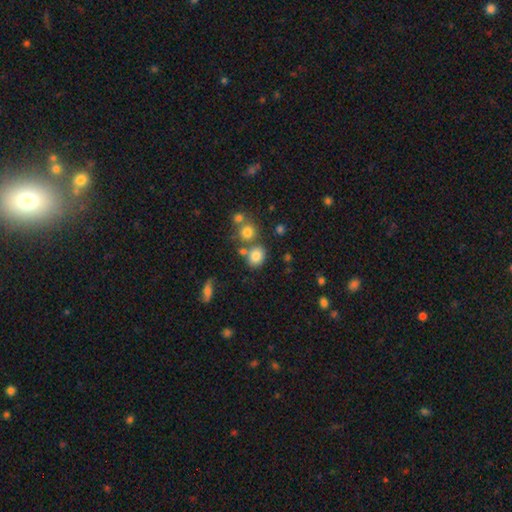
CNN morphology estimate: Smooth or featured? smooth (80%)
How rounded? round (59%)
Merging? none (63%)